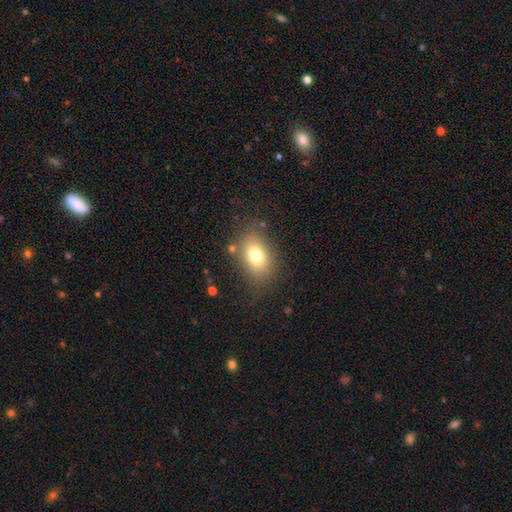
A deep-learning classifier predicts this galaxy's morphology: Smooth or featured?
  - smooth: 76% *
  - featured or disk: 14%
  - star or artifact: 11%
How rounded?
  - in between: 80% *
  - round: 19%
  - cigar-shaped: 2%
Merging?
  - none: 78% *
  - minor disturbance: 14%
  - major disturbance: 6%
  - merger: 3%